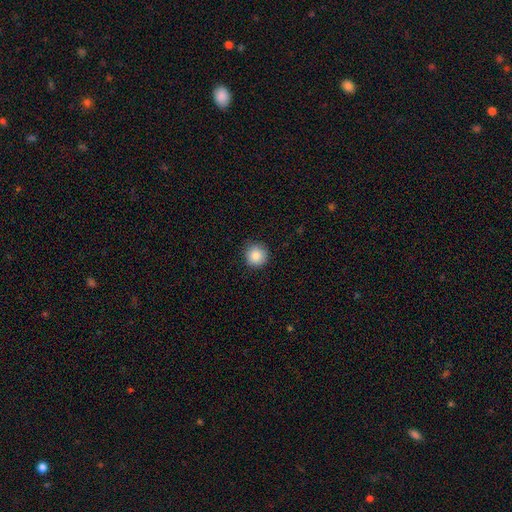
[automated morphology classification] Smooth or featured? Predicted: smooth (p=0.88). How rounded? Predicted: round (p=0.95). Merging? Predicted: none (p=0.88).